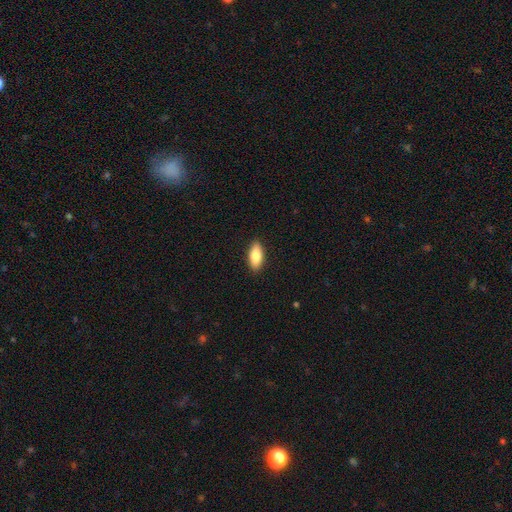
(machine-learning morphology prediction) smooth_or_featured: smooth (p=0.81) [alt: featured or disk p=0.13]
how_rounded: in between (p=0.83) [alt: cigar-shaped p=0.14]
merging: none (p=0.89) [alt: minor disturbance p=0.08]